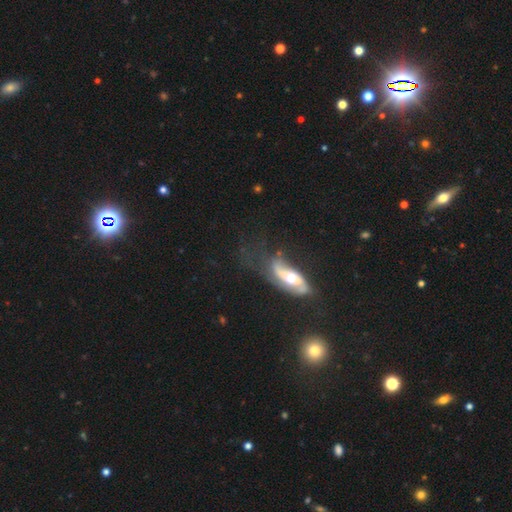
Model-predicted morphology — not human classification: A featured or disk galaxy (65%).

Vote fractions:
- Smooth or featured? featured or disk: 65% / smooth: 24% / star or artifact: 11%
- Edge-on disk? no: 71% / yes: 29%
- Merging? none: 38% / major disturbance: 32% / minor disturbance: 25% / merger: 5%